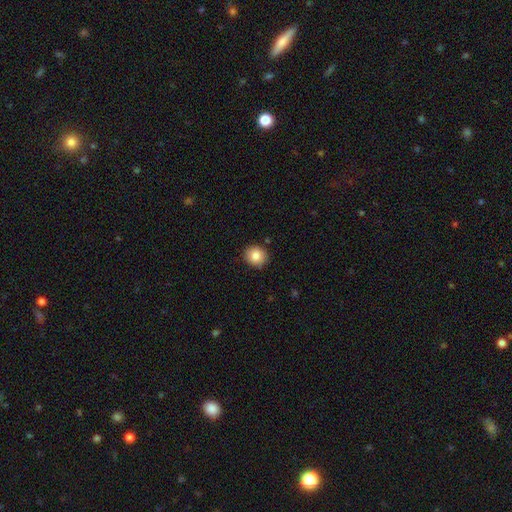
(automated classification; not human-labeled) Smooth or featured? smooth (85%)
How rounded? round (80%)
Merging? none (88%)